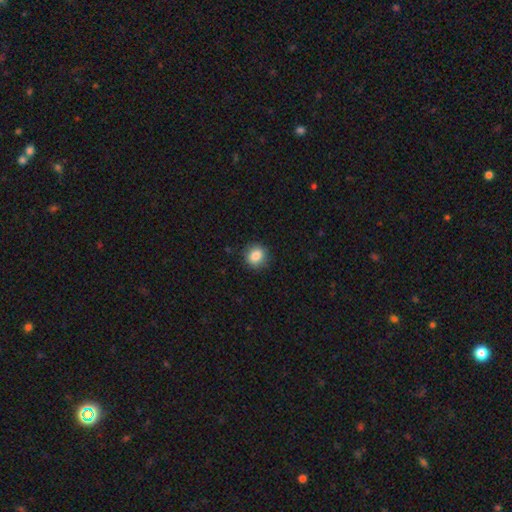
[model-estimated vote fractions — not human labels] Smooth or featured?
  - smooth: 85% *
  - star or artifact: 9%
  - featured or disk: 5%
How rounded?
  - round: 79% *
  - in between: 20%
  - cigar-shaped: 1%
Merging?
  - none: 88% *
  - minor disturbance: 9%
  - major disturbance: 2%
  - merger: 1%